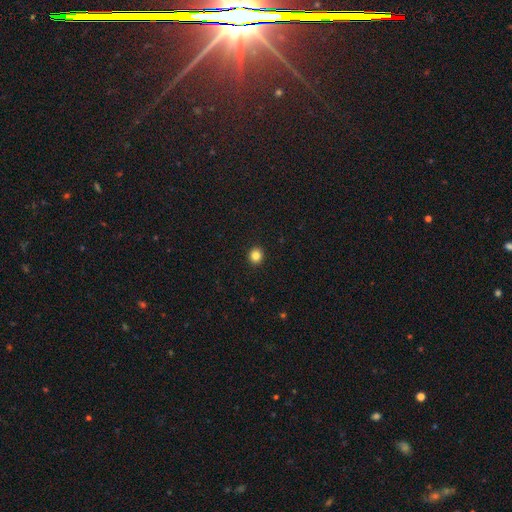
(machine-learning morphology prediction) This appears to be a smooth galaxy with no disk features (84%) that is round (87%). Merging: none (93%).